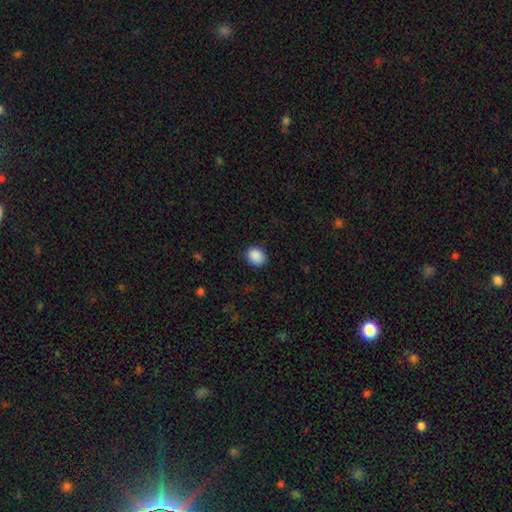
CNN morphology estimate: Q: Smooth or featured?
A: smooth (89%); runner-up: star or artifact (8%)
Q: How rounded?
A: round (56%); runner-up: in between (43%)
Q: Merging?
A: none (88%); runner-up: minor disturbance (9%)